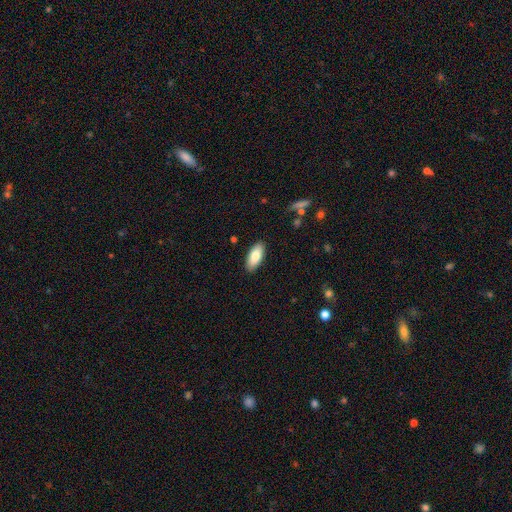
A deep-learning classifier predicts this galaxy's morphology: smooth-or-featured: smooth: 83% | featured or disk: 10% | star or artifact: 6%
  how-rounded: in between: 88% | cigar-shaped: 10% | round: 2%
  merging: none: 88% | minor disturbance: 9% | major disturbance: 2% | merger: 1%